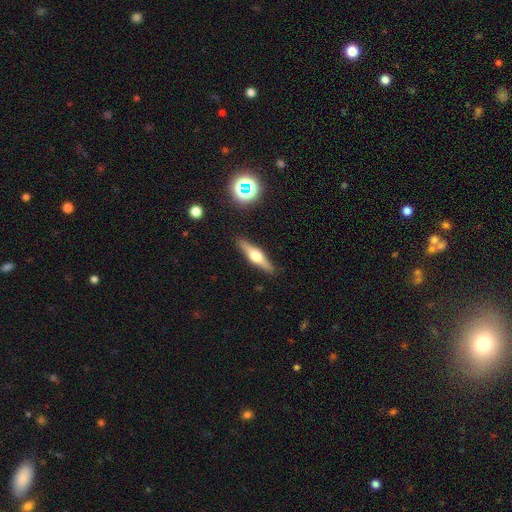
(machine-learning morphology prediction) Smooth or featured?
  - featured or disk: 66% *
  - smooth: 26%
  - star or artifact: 8%
Edge-on disk?
  - yes: 96% *
  - no: 4%
Edge-on bulge?
  - rounded: 95% *
  - boxy: 4%
  - none: 2%
Merging?
  - none: 90% *
  - minor disturbance: 7%
  - major disturbance: 2%
  - merger: 1%